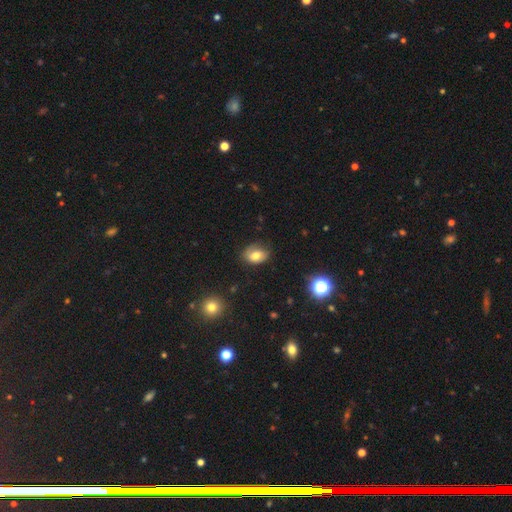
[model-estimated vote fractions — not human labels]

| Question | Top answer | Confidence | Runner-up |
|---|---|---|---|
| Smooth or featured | smooth | 70% | featured or disk (19%) |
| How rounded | in between | 75% | round (24%) |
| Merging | none | 68% | minor disturbance (24%) |